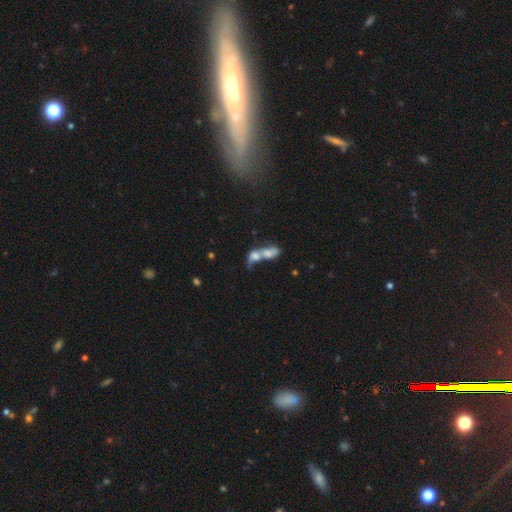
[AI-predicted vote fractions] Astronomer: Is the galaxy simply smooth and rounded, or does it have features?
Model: smooth — 54% (runner-up: featured or disk, 34%).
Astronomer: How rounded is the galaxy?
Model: in between — 67%.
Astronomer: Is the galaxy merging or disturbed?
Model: merger — 78%.